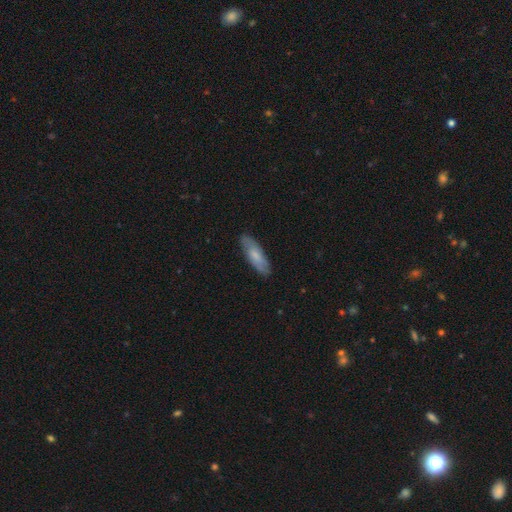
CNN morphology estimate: Smooth or featured: smooth — 66% (featured or disk — 28%)
How rounded: in between — 53% (cigar-shaped — 45%)
Merging: none — 85% (minor disturbance — 12%)